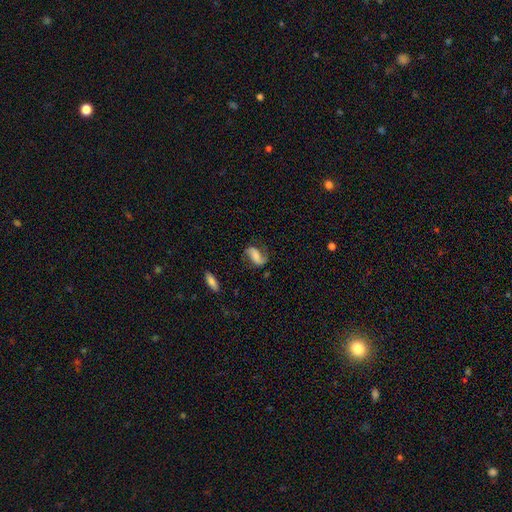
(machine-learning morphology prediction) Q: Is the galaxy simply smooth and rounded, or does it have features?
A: featured or disk — 64%.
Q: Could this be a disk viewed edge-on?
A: no — 95%.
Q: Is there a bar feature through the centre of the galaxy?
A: no — 39%.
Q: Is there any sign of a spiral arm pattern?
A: yes — 93%.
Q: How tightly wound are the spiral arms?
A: loose — 60%.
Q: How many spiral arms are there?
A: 2 — 88%.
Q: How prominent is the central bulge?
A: none — 33%.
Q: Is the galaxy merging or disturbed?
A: none — 69%.